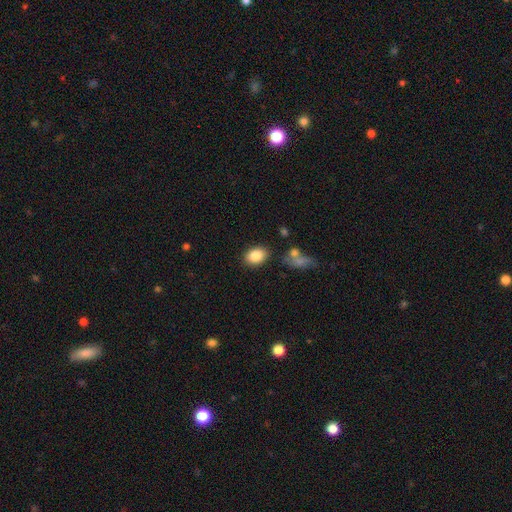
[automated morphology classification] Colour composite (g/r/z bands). It shows a smooth galaxy with no disk features (85%) that is in between round and cigar-shaped (74%). Merging: none (82%).